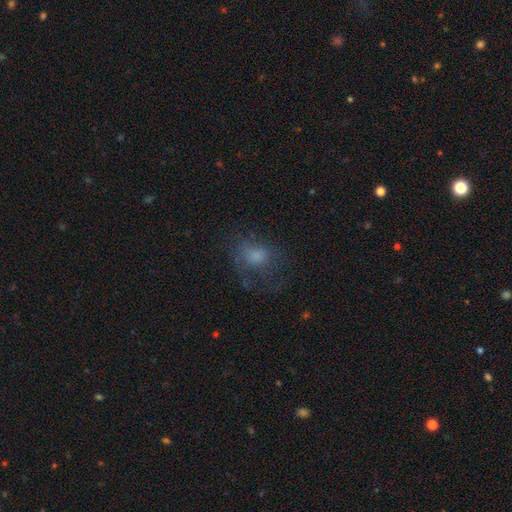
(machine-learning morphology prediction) Q: Smooth or featured?
A: smooth (60%); runner-up: featured or disk (22%)
Q: How rounded?
A: round (55%); runner-up: in between (44%)
Q: Merging?
A: none (54%); runner-up: major disturbance (23%)